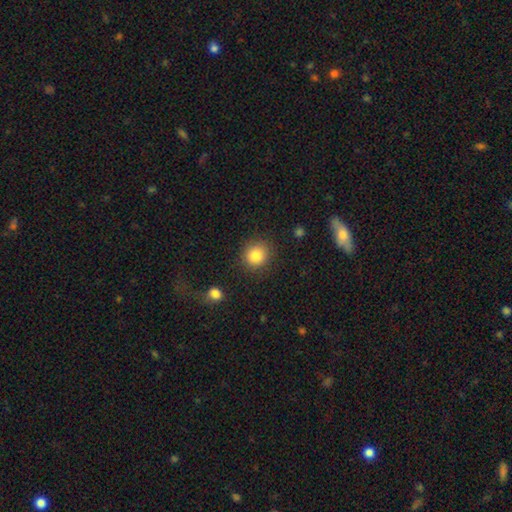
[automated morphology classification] This appears to be a smooth galaxy with no disk features (85%) that is round (87%). Merging: none (86%).